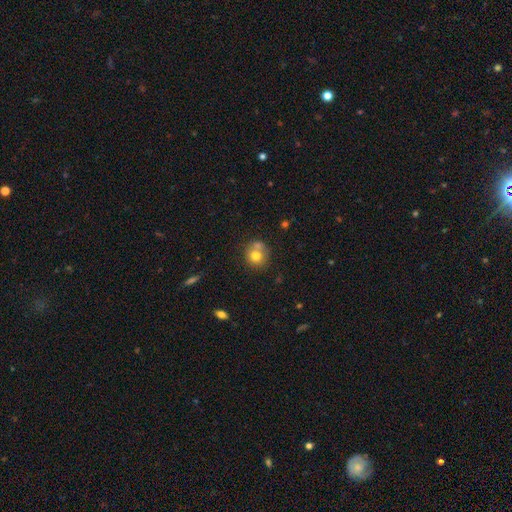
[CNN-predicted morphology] smooth 74%, featured or disk 16%, star or artifact 10%. Down the decision tree: how rounded — round (83%); merging — none (49%).